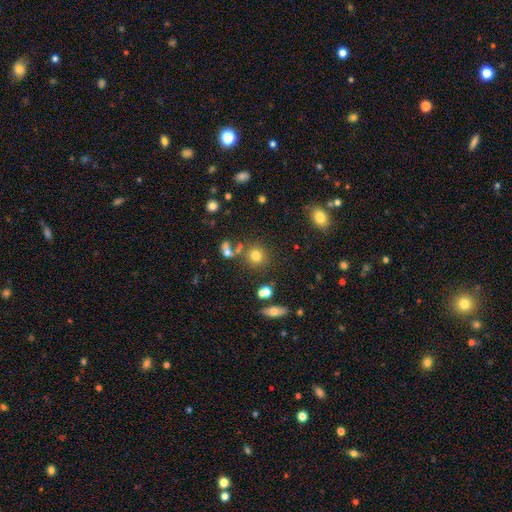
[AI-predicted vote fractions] Smooth or featured: smooth — 73% (star or artifact — 17%)
How rounded: round — 86% (in between — 13%)
Merging: none — 73% (merger — 12%)